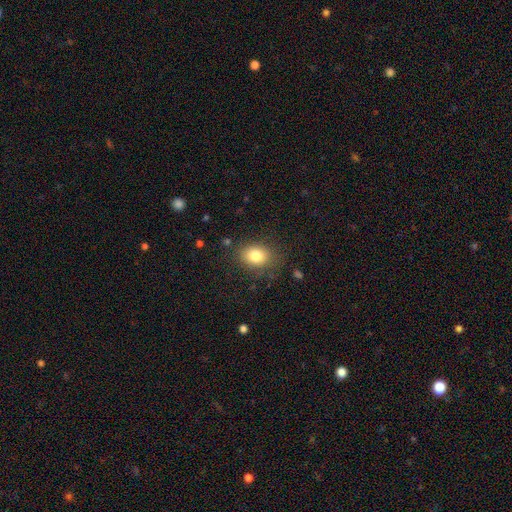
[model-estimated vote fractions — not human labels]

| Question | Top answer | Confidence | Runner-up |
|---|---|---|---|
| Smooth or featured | smooth | 81% | star or artifact (10%) |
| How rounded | in between | 62% | round (37%) |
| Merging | none | 79% | minor disturbance (14%) |